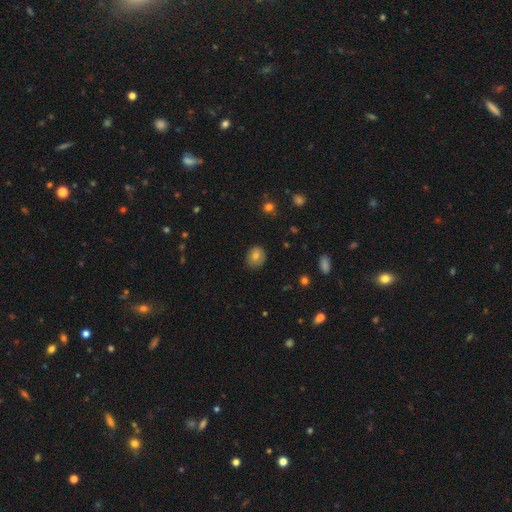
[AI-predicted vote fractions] A smooth galaxy with no disk features (72%) that is round (65%). Merging: none (79%).